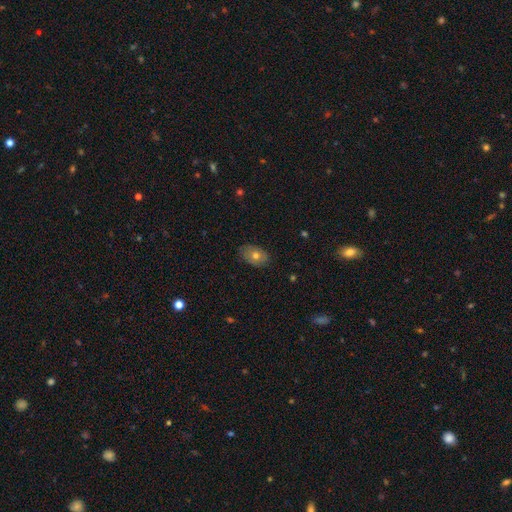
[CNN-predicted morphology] smooth-or-featured: smooth: 67% | featured or disk: 24% | star or artifact: 9%
  how-rounded: in between: 85% | round: 13% | cigar-shaped: 1%
  merging: none: 82% | minor disturbance: 14% | major disturbance: 3% | merger: 1%